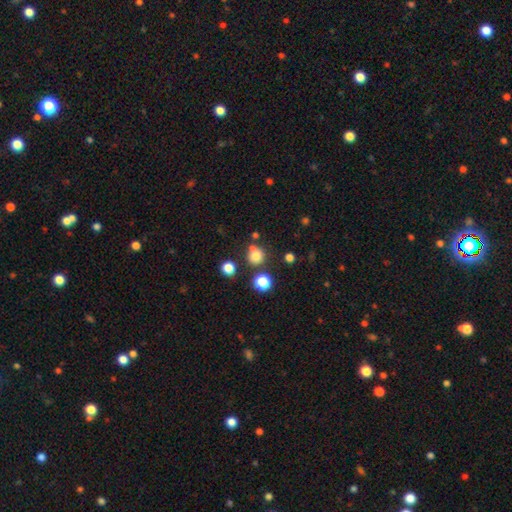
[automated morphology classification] Overall: smooth (77%). How rounded: round (90%). Merging: none (69%).